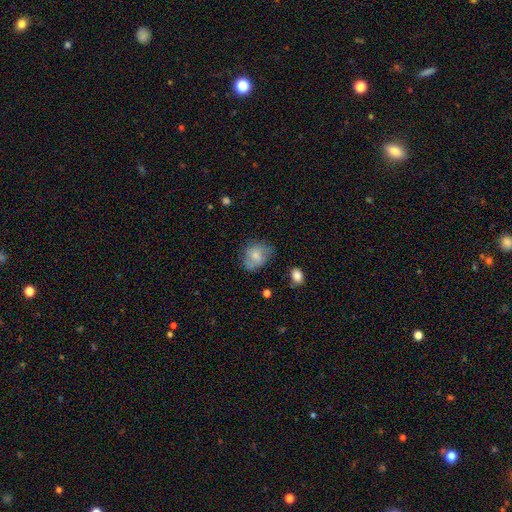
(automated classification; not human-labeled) A smooth galaxy with no disk features (68%) that is in between round and cigar-shaped (55%).

Vote fractions:
- Smooth or featured? smooth: 68% / featured or disk: 23% / star or artifact: 9%
- How rounded? in between: 55% / round: 44% / cigar-shaped: 1%
- Merging? none: 50% / minor disturbance: 32% / major disturbance: 14% / merger: 4%